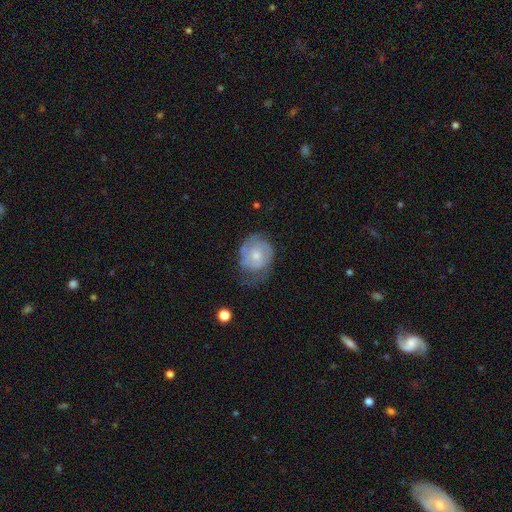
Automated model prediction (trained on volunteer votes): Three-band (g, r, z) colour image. It shows a featured or disk galaxy (65%) with no bar (74%), 2 (54%) tight (54%) spiral arms (87%) and a small central bulge (54%). Merging: none (50%).